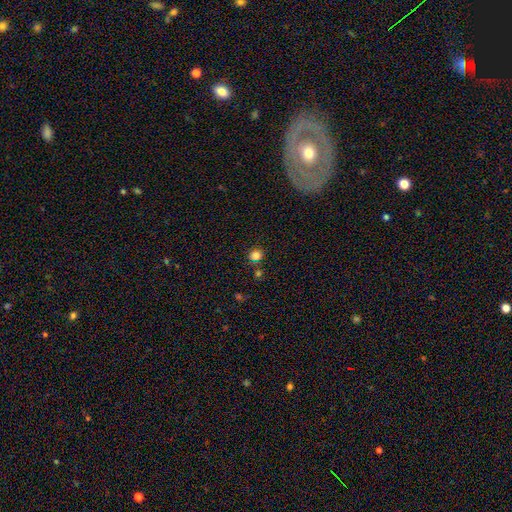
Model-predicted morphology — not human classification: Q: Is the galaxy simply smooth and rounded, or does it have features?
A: smooth — 81%.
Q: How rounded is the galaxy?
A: round — 85%.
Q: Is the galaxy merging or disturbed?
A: none — 79%.